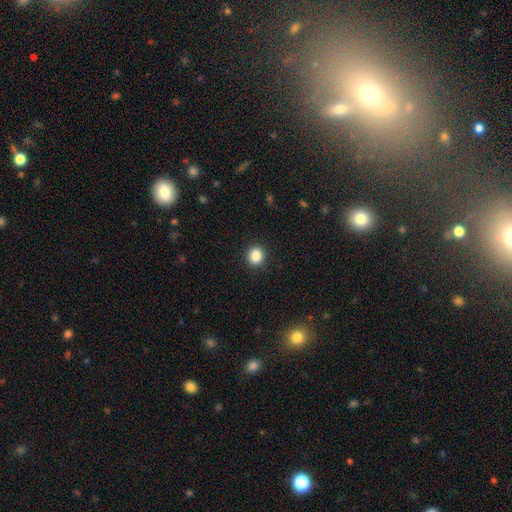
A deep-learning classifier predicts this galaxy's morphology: This appears to be a smooth galaxy with no disk features (86%) that is round (86%). Merging: none (91%).